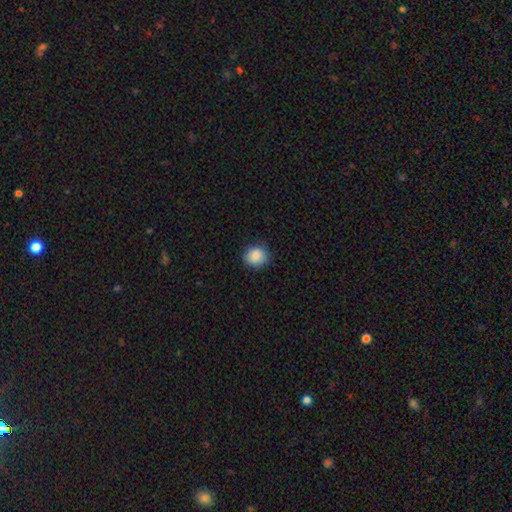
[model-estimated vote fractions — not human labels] Overall: smooth (87%). How rounded: round (82%). Merging: none (86%).